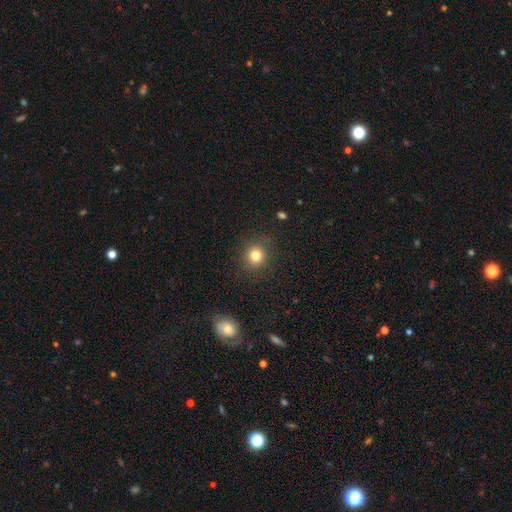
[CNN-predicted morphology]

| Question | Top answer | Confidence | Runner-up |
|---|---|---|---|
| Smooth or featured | smooth | 81% | star or artifact (13%) |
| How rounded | round | 89% | in between (10%) |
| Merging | none | 89% | minor disturbance (7%) |